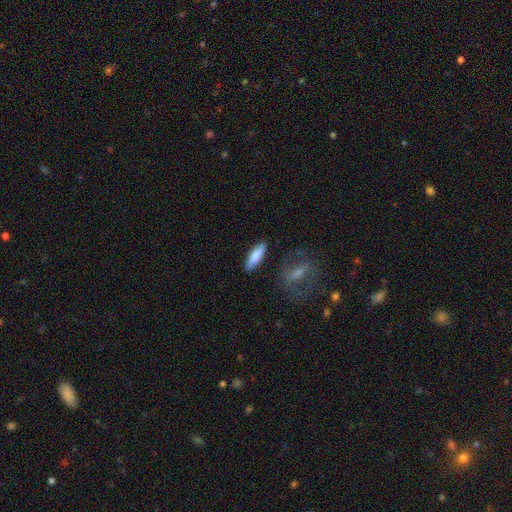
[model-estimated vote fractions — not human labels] Smooth or featured? Predicted: smooth (p=0.83). How rounded? Predicted: cigar-shaped (p=0.52). Merging? Predicted: none (p=0.84).